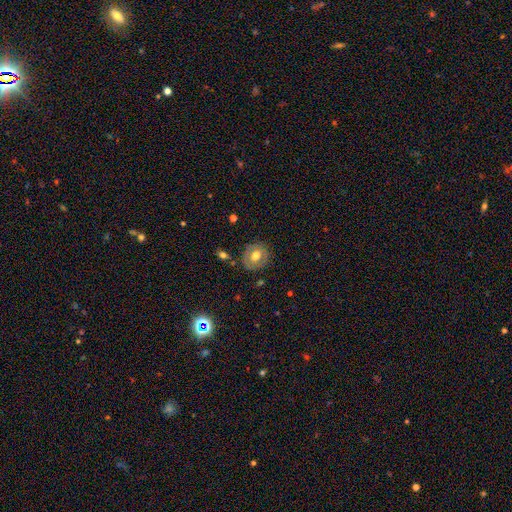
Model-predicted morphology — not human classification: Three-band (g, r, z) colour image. It shows a smooth galaxy with no disk features (54%) that is round (73%). Merging: none (81%).